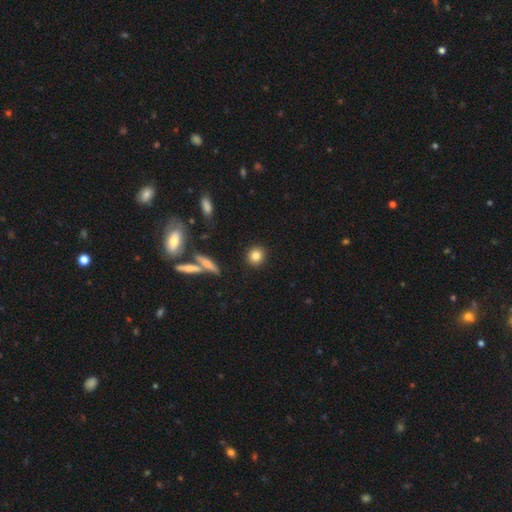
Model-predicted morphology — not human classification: type=smooth (83%); roundness=round (87%); merging=none (89%).